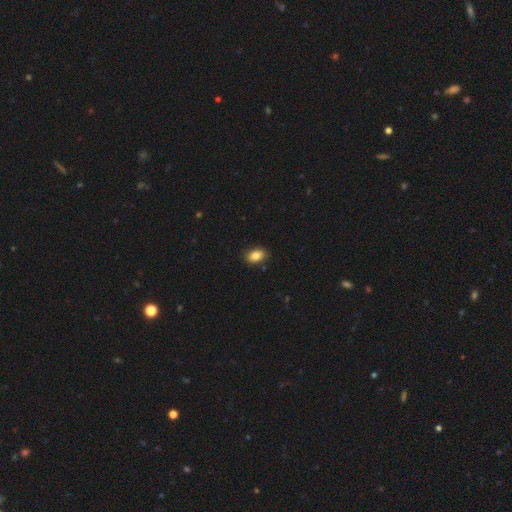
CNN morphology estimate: A smooth galaxy with no disk features (86%) that is in between round and cigar-shaped (87%). Merging: none (87%).